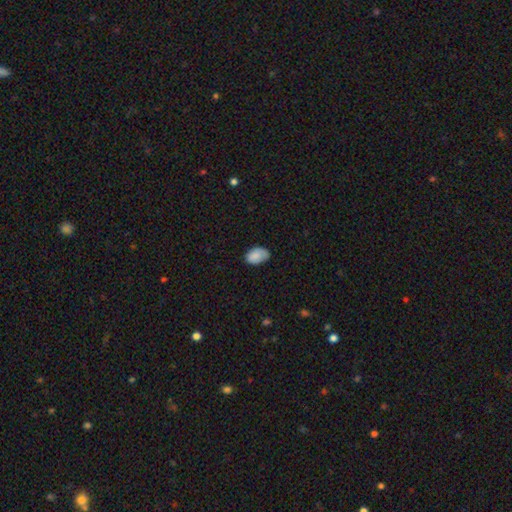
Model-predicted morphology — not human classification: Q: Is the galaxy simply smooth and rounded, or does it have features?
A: smooth — 86%.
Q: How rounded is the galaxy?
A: in between — 89%.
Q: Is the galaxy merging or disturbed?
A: none — 71%.